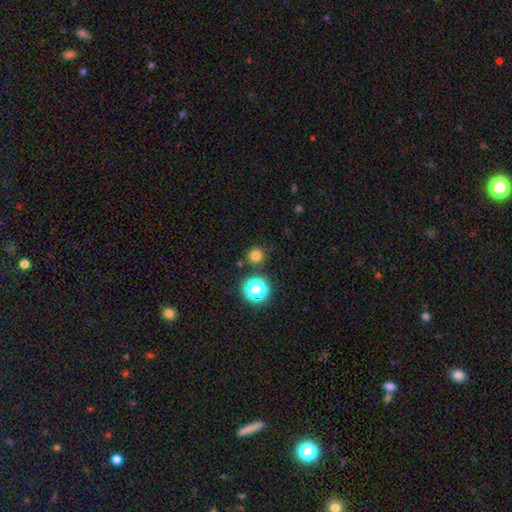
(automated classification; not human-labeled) smooth_or_featured: smooth (p=0.76) [alt: star or artifact p=0.19]
how_rounded: round (p=0.94) [alt: in between p=0.05]
merging: none (p=0.86) [alt: minor disturbance p=0.07]